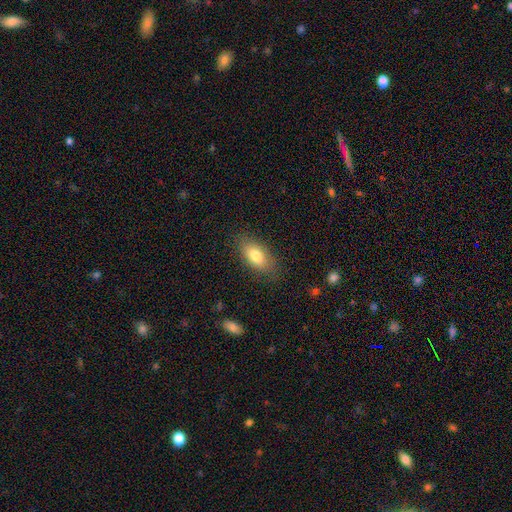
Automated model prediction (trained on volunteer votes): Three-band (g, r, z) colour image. It shows a smooth galaxy with no disk features (77%) that is in between round and cigar-shaped (86%). Merging: none (83%).